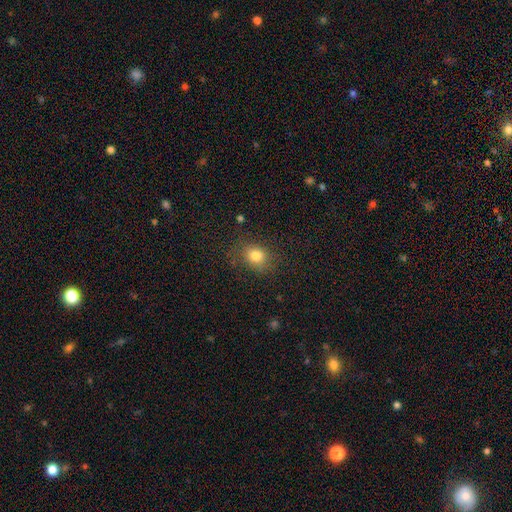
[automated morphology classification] Smooth or featured?
  - smooth: 80% *
  - star or artifact: 12%
  - featured or disk: 8%
How rounded?
  - round: 50% *
  - in between: 49%
  - cigar-shaped: 1%
Merging?
  - none: 74% *
  - minor disturbance: 17%
  - major disturbance: 7%
  - merger: 2%